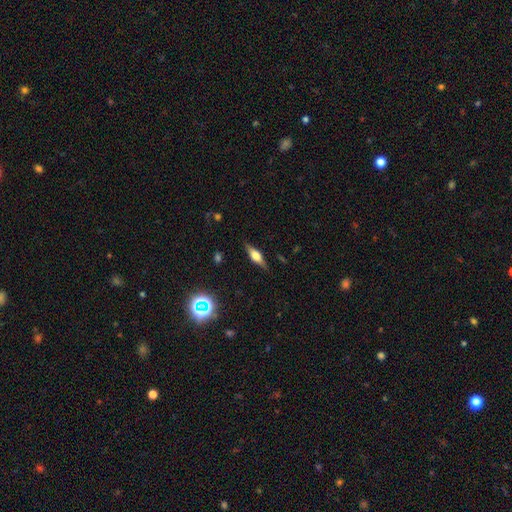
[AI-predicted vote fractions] smooth-or-featured: featured or disk: 58% | smooth: 32% | star or artifact: 9%
  disk-edge-on: yes: 94% | no: 6%
    edge-on-bulge: rounded: 86% | boxy: 12% | none: 2%
  merging: none: 85% | minor disturbance: 11% | major disturbance: 3% | merger: 1%